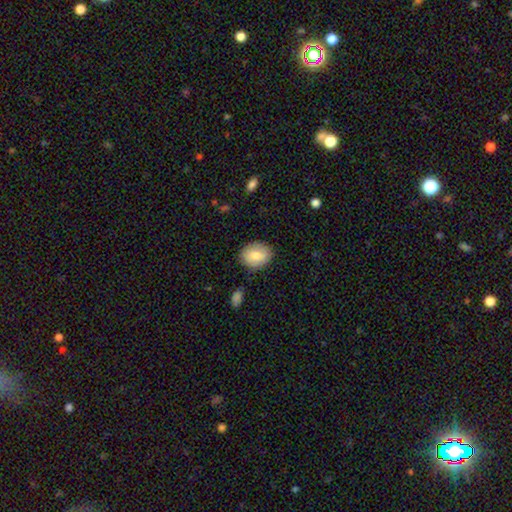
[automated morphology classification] Smooth or featured? smooth (78%)
How rounded? in between (55%)
Merging? none (83%)